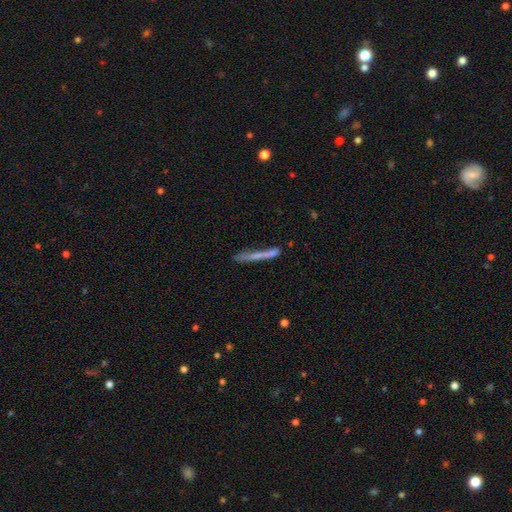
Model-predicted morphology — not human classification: Smooth or featured? Predicted: smooth (p=0.56). How rounded? Predicted: cigar-shaped (p=0.95). Merging? Predicted: none (p=0.62).